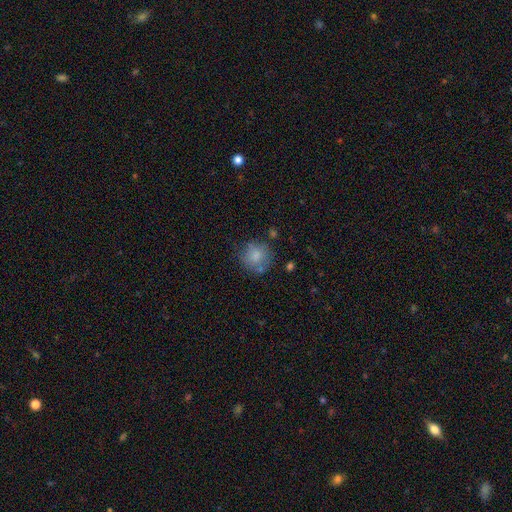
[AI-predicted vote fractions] smooth 79%, featured or disk 12%, star or artifact 9%. Down the decision tree: how rounded — round (88%); merging — none (67%).